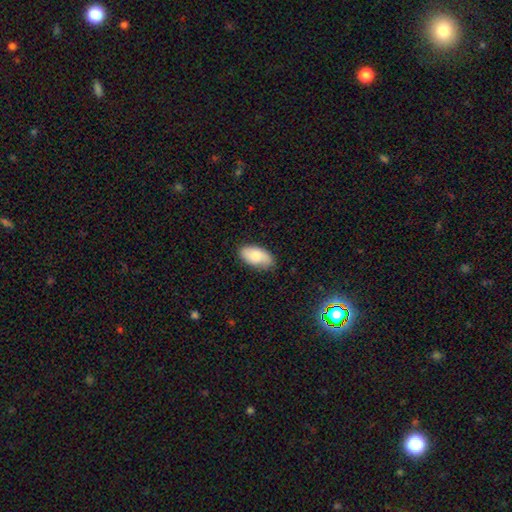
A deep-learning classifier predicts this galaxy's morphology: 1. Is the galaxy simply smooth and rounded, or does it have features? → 75% smooth, 18% featured or disk, 6% star or artifact.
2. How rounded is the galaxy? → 94% in between, 3% round, 3% cigar-shaped.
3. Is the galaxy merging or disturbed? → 76% none, 19% minor disturbance, 3% major disturbance, 1% merger.